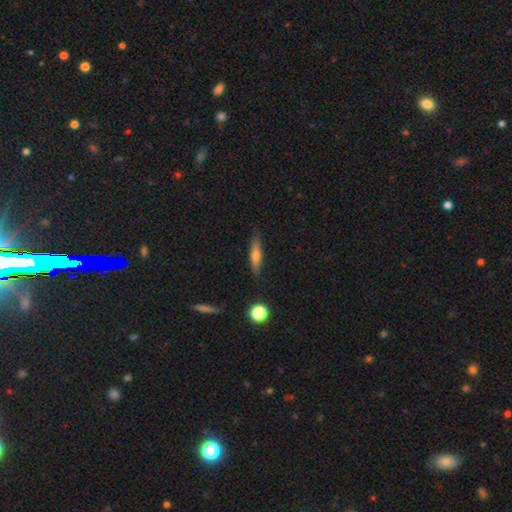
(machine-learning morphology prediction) smooth_or_featured: smooth (p=0.57) [alt: featured or disk p=0.35]
how_rounded: cigar-shaped (p=0.80) [alt: in between p=0.17]
merging: none (p=0.85) [alt: minor disturbance p=0.11]